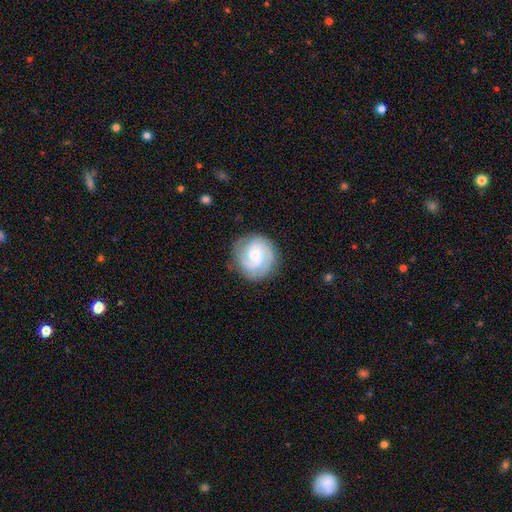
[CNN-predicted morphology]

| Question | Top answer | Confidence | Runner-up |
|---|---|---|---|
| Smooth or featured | featured or disk | 68% | smooth (26%) |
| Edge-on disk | no | 98% | yes (2%) |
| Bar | no | 62% | weak (33%) |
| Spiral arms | yes | 94% | no (6%) |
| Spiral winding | tight | 49% | medium (39%) |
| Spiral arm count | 2 | 40% | 3 (28%) |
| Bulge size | moderate | 52% | small (40%) |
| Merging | none | 83% | minor disturbance (12%) |